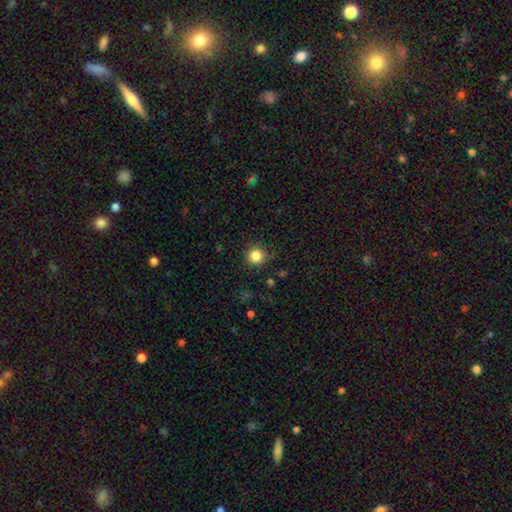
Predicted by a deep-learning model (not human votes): Q: Smooth or featured?
A: smooth (85%); runner-up: star or artifact (11%)
Q: How rounded?
A: round (94%); runner-up: in between (5%)
Q: Merging?
A: none (85%); runner-up: minor disturbance (10%)